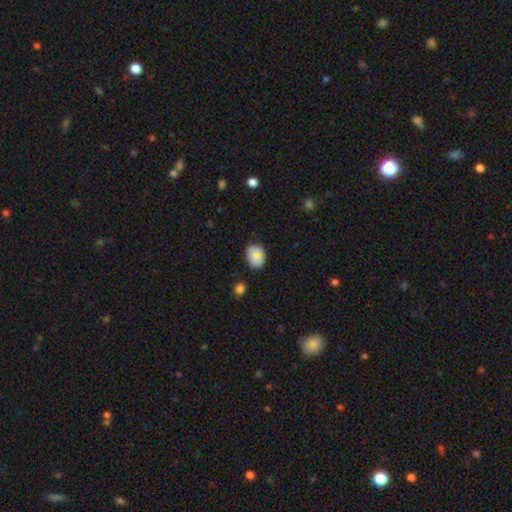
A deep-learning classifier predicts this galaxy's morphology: The model was most divided on "how rounded": in between: 74%, round: 25%, cigar-shaped: 1%. More confident: smooth or featured — smooth (85%); merging — none (73%).